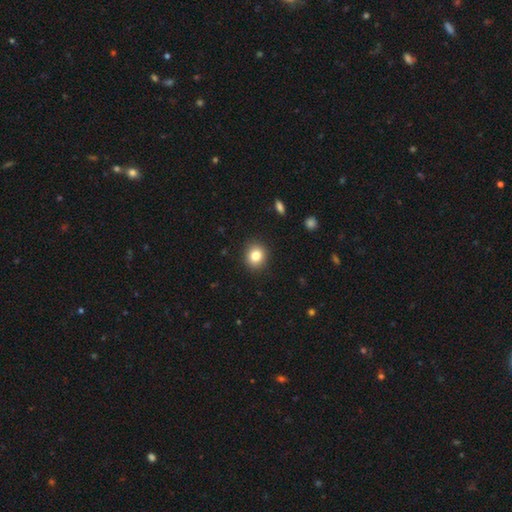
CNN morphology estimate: A smooth galaxy with no disk features (82%) that is round (79%).

Vote fractions:
- Smooth or featured? smooth: 82% / star or artifact: 11% / featured or disk: 7%
- How rounded? round: 79% / in between: 20% / cigar-shaped: 1%
- Merging? none: 90% / minor disturbance: 7% / major disturbance: 2% / merger: 1%